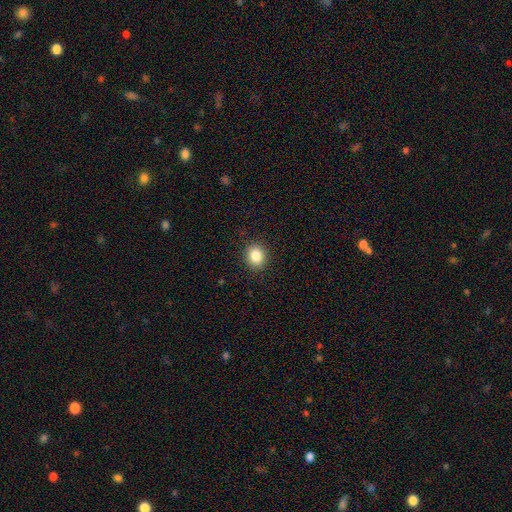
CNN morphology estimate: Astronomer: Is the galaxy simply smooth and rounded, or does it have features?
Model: smooth — 84%.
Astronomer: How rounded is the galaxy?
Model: round — 69%.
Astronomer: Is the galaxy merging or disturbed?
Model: none — 90%.